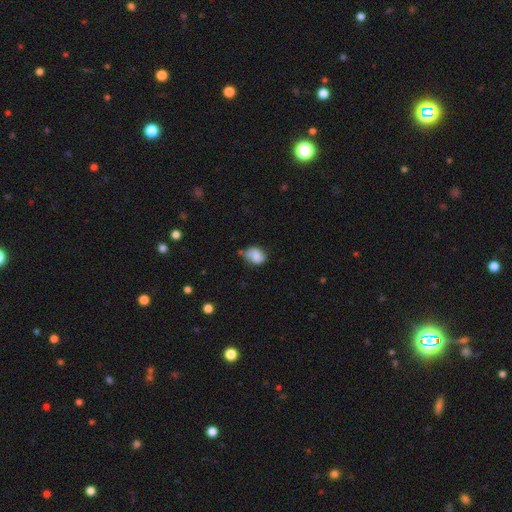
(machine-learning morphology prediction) The model was most divided on "merging": none: 48%, minor disturbance: 34%, major disturbance: 10%, merger: 8%. More confident: smooth or featured — smooth (71%); how rounded — in between (64%).